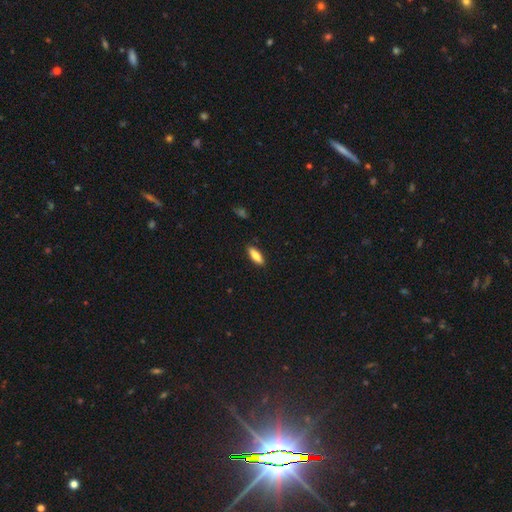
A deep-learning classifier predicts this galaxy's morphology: smooth_or_featured: smooth (p=0.81) [alt: featured or disk p=0.13]
how_rounded: in between (p=0.54) [alt: cigar-shaped p=0.44]
merging: none (p=0.88) [alt: minor disturbance p=0.09]